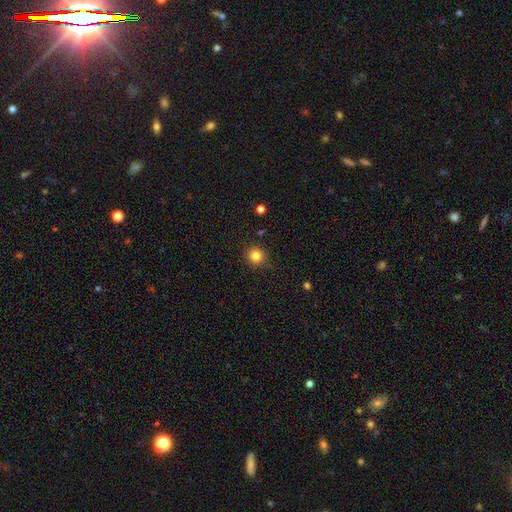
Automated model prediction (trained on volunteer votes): Smooth or featured? smooth (83%)
How rounded? round (92%)
Merging? none (88%)